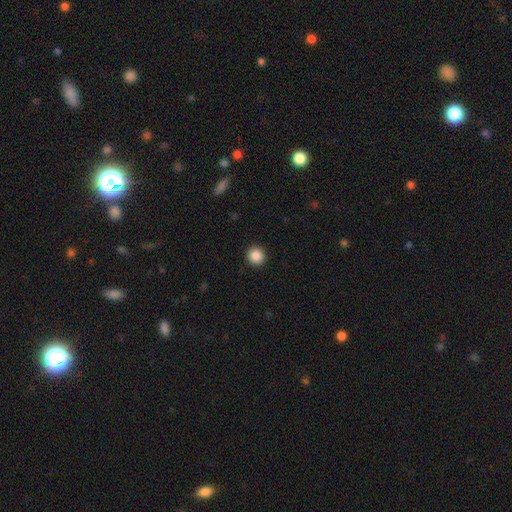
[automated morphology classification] The model was most divided on "smooth or featured": smooth: 88%, star or artifact: 9%, featured or disk: 3%. More confident: how rounded — round (93%); merging — none (93%).